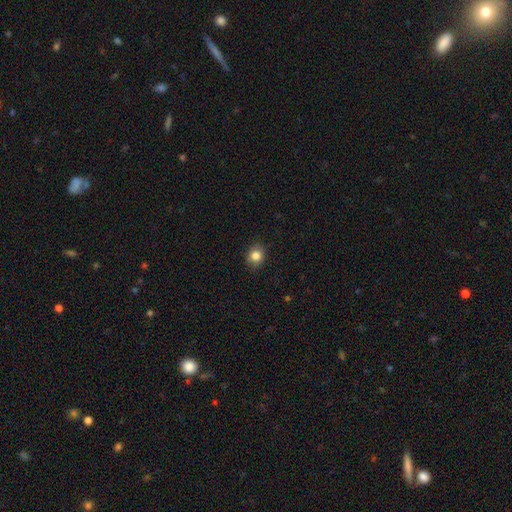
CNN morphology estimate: smooth-or-featured: smooth: 82% | star or artifact: 10% | featured or disk: 8%
  how-rounded: round: 54% | in between: 45% | cigar-shaped: 1%
  merging: none: 83% | minor disturbance: 13% | major disturbance: 3% | merger: 1%